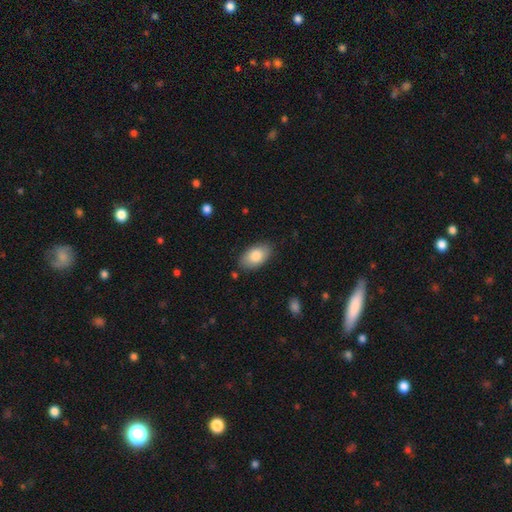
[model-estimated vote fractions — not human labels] Smooth or featured? smooth (83%)
How rounded? in between (94%)
Merging? none (83%)